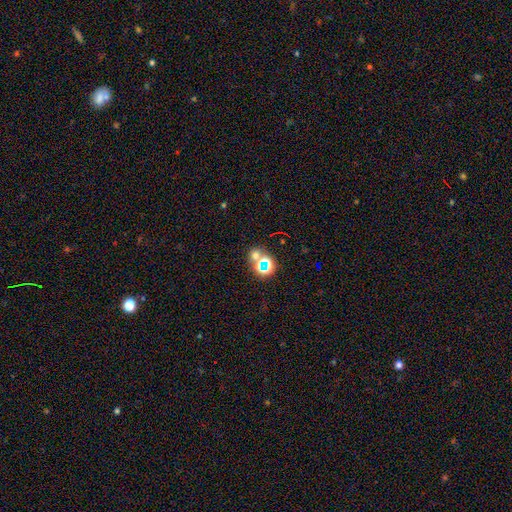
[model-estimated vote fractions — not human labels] Overall: smooth (46%; star or artifact 42%). Merging: none (56%; merger 31%).